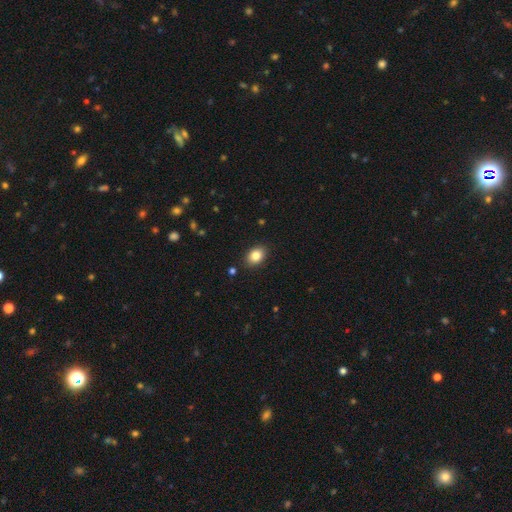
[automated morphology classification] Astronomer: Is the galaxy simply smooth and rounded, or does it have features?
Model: smooth — 84%.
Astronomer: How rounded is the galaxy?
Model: in between — 71%.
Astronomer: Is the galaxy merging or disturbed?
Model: none — 88%.